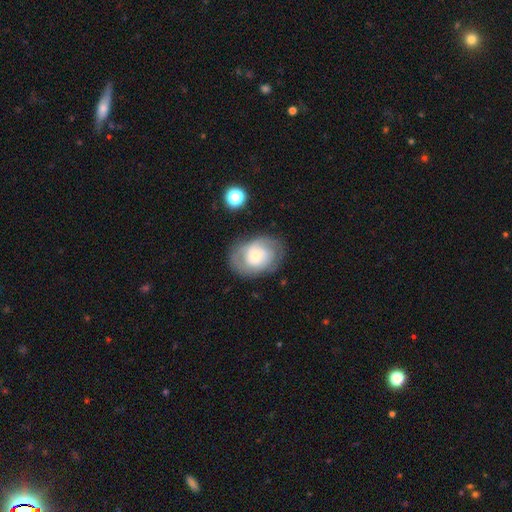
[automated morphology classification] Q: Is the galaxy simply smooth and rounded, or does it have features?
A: featured or disk — 60%.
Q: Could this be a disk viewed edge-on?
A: no — 96%.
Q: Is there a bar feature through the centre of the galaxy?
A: no — 72%.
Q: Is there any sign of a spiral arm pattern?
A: yes — 79%.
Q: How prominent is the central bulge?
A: small — 54%.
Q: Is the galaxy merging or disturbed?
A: none — 68%.